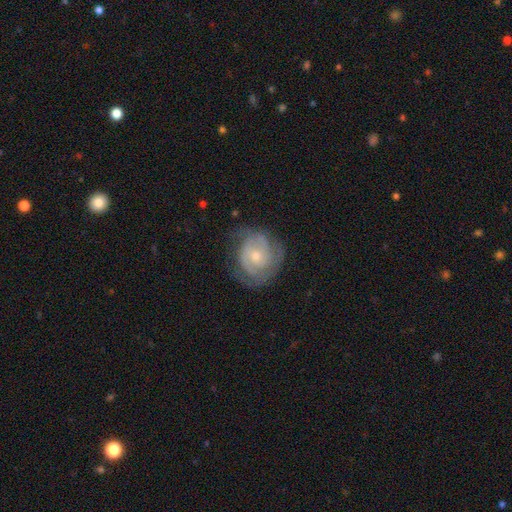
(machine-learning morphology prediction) Smooth or featured? featured or disk (74%)
Edge-on disk? no (98%)
Bar? no (73%)
Spiral arms? yes (90%)
Spiral winding? tight (60%)
Spiral arm count? 2 (44%)
Bulge size? small (55%)
Merging? none (66%)